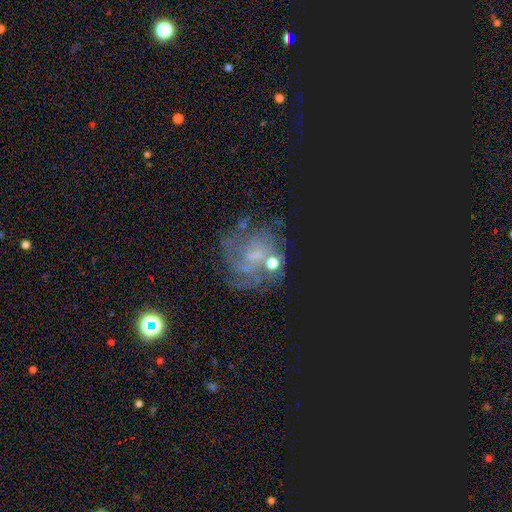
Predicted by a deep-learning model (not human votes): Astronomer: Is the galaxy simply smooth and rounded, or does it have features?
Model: featured or disk — 58%.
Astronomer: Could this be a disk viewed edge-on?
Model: no — 97%.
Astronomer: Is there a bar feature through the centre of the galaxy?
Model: no — 58%.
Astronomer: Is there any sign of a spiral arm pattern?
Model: yes — 73%.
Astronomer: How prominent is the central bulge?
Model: small — 41% (runner-up: none, 33%).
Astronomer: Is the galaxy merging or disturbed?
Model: none — 59%.